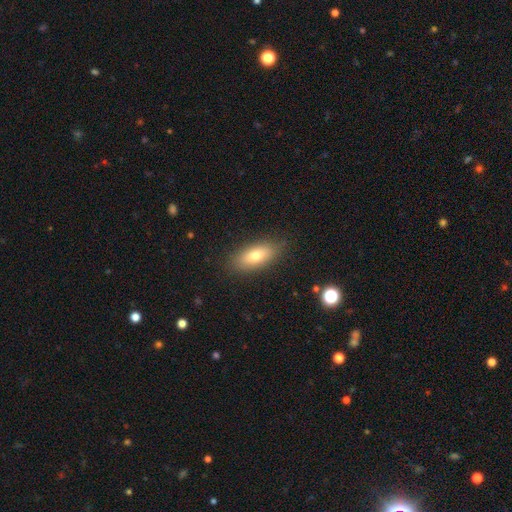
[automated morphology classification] Smooth or featured? smooth (73%)
How rounded? in between (81%)
Merging? none (85%)